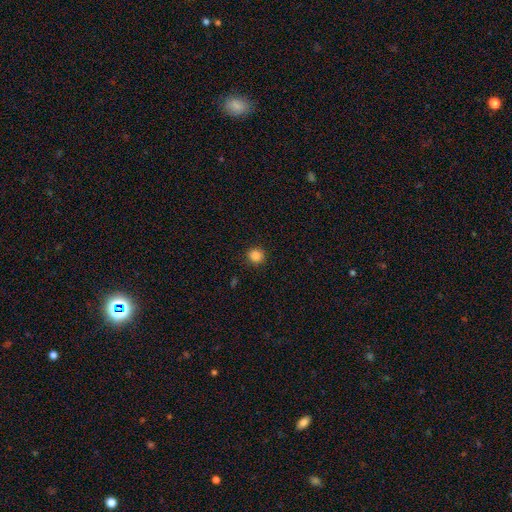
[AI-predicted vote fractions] Smooth or featured: smooth — 85% (star or artifact — 11%)
How rounded: round — 93% (in between — 6%)
Merging: none — 91% (minor disturbance — 6%)